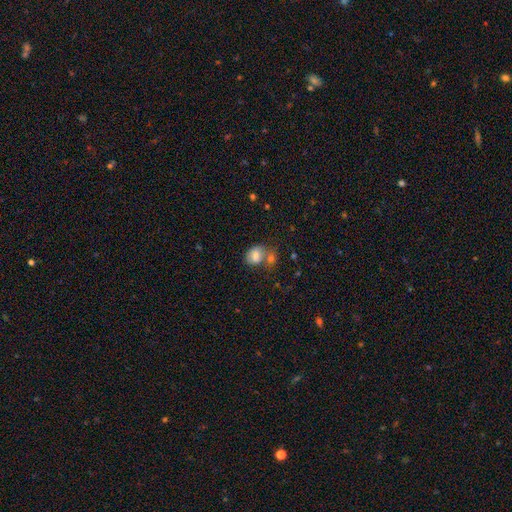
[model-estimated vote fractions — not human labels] Smooth or featured?
  - smooth: 78% *
  - featured or disk: 13%
  - star or artifact: 9%
How rounded?
  - in between: 55% *
  - round: 44%
  - cigar-shaped: 1%
Merging?
  - none: 41% *
  - merger: 37%
  - minor disturbance: 16%
  - major disturbance: 6%